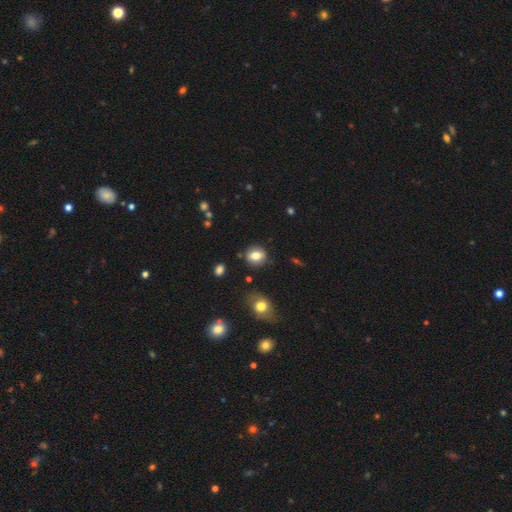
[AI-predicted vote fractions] Overall: smooth (79%). How rounded: round (65%; in between 34%). Merging: none (85%).